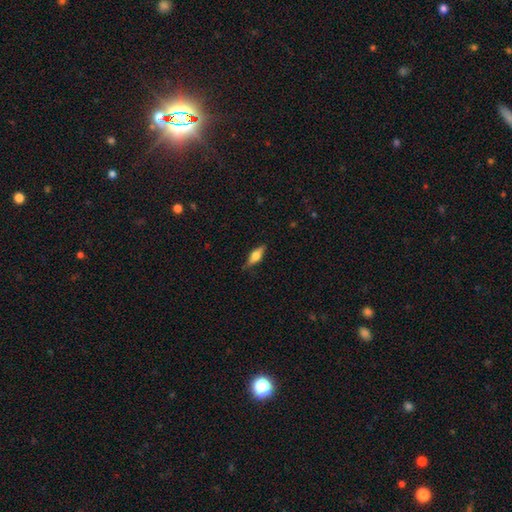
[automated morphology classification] Q: Smooth or featured?
A: smooth (52%); runner-up: featured or disk (42%)
Q: How rounded?
A: in between (58%); runner-up: cigar-shaped (38%)
Q: Merging?
A: none (82%); runner-up: minor disturbance (14%)